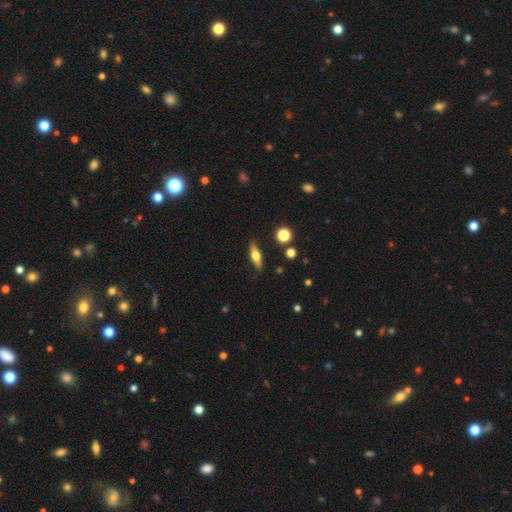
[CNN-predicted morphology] This is possibly a smooth galaxy (49%). Merging: clearly none (87%).